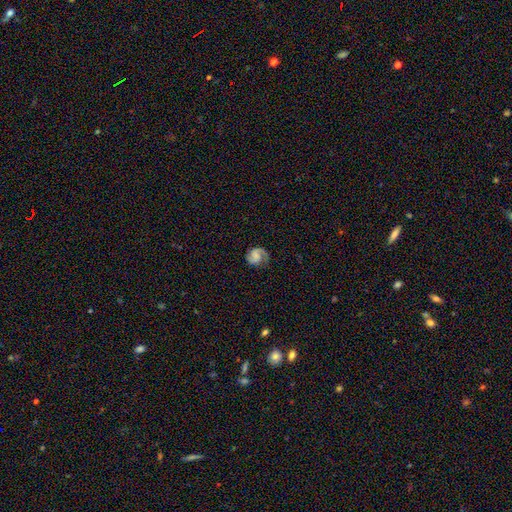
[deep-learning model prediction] A featured or disk galaxy (76%) with no bar (50%), 2 (79%) medium (49%) spiral arms (96%) and a small central bulge (34%). Merging: none (72%).